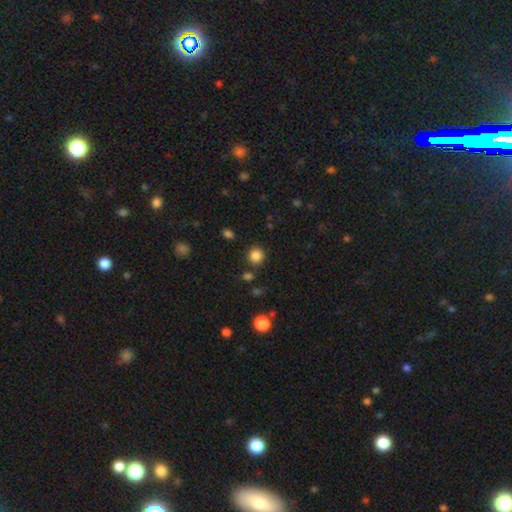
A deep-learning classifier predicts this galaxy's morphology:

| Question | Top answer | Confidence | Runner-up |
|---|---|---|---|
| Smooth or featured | smooth | 84% | star or artifact (12%) |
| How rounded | round | 92% | in between (7%) |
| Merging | none | 87% | minor disturbance (7%) |